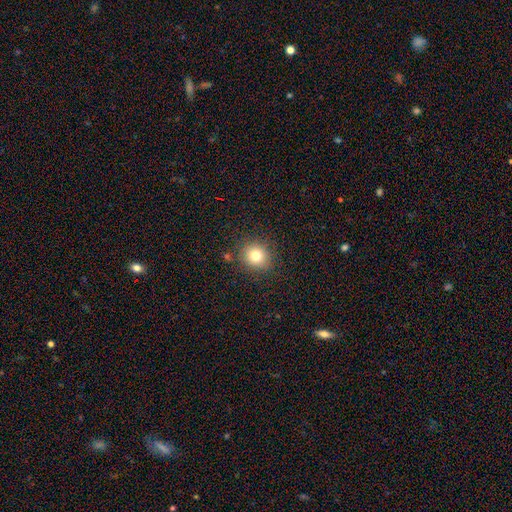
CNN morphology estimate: This is likely a smooth galaxy (79%). How rounded: clearly round (84%). Merging: clearly none (86%).